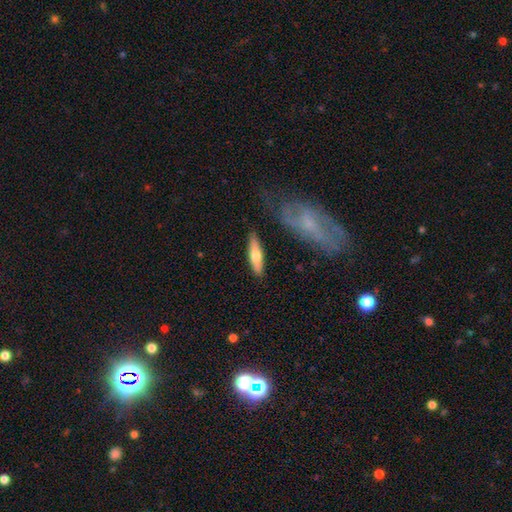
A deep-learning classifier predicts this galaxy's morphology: Q: Smooth or featured?
A: smooth (62%); runner-up: featured or disk (33%)
Q: How rounded?
A: cigar-shaped (69%); runner-up: in between (29%)
Q: Merging?
A: none (85%); runner-up: minor disturbance (10%)